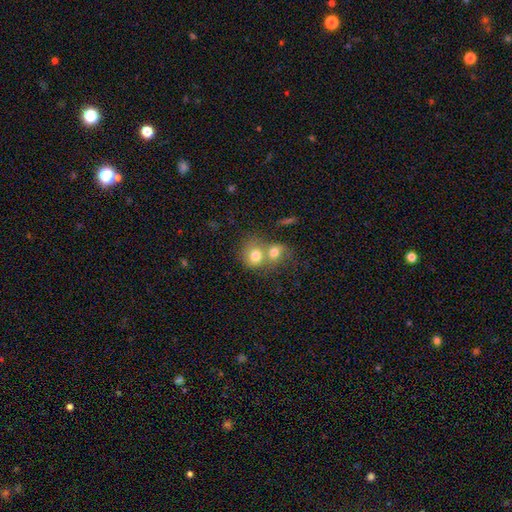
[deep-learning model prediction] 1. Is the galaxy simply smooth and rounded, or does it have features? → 76% smooth, 14% featured or disk, 10% star or artifact.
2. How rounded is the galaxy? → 70% round, 29% in between, 1% cigar-shaped.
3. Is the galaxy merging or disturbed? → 62% merger, 28% none, 7% minor disturbance, 4% major disturbance.